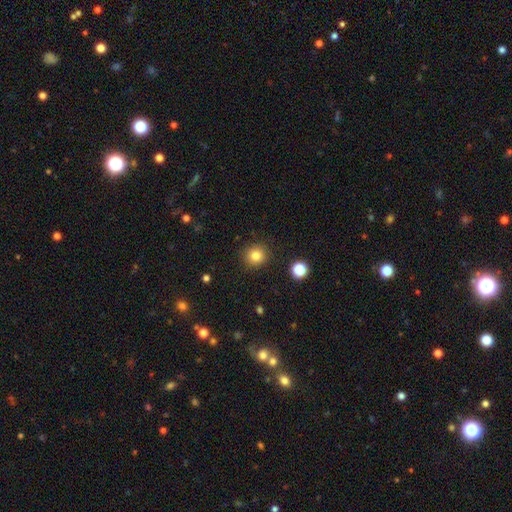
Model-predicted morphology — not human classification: smooth-or-featured: smooth: 83% | star or artifact: 12% | featured or disk: 6%
  how-rounded: round: 91% | in between: 8% | cigar-shaped: 1%
  merging: none: 90% | minor disturbance: 6% | major disturbance: 2% | merger: 2%